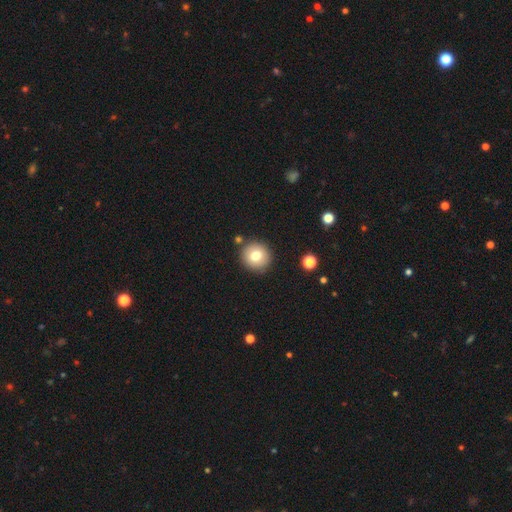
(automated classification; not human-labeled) smooth_or_featured: smooth (p=0.77) [alt: featured or disk p=0.13]
how_rounded: round (p=0.93) [alt: in between p=0.06]
merging: none (p=0.86) [alt: minor disturbance p=0.07]